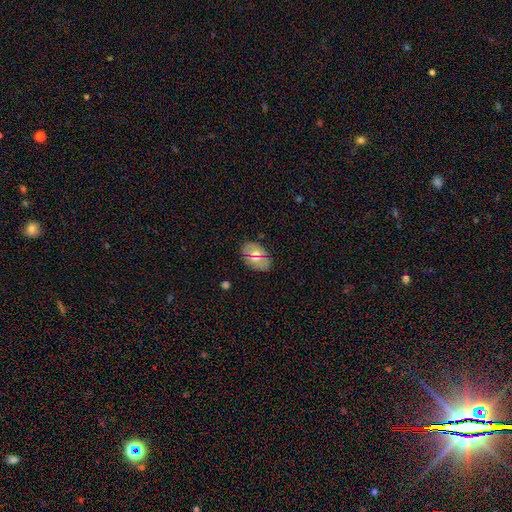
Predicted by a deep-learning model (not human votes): Morphology: type=smooth (67%); roundness=in between (86%); merging=none (86%).